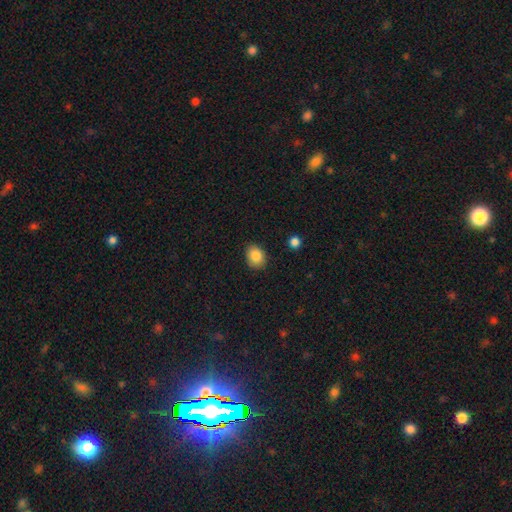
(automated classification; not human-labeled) smooth 85%, star or artifact 9%, featured or disk 6%. Down the decision tree: how rounded — in between (57%); merging — none (85%).